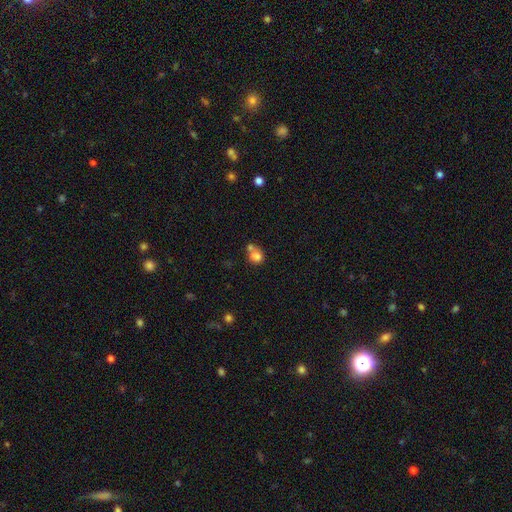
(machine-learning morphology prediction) smooth_or_featured: smooth (p=0.76) [alt: featured or disk p=0.12]
how_rounded: round (p=0.62) [alt: in between p=0.37]
merging: merger (p=0.48) [alt: none p=0.34]